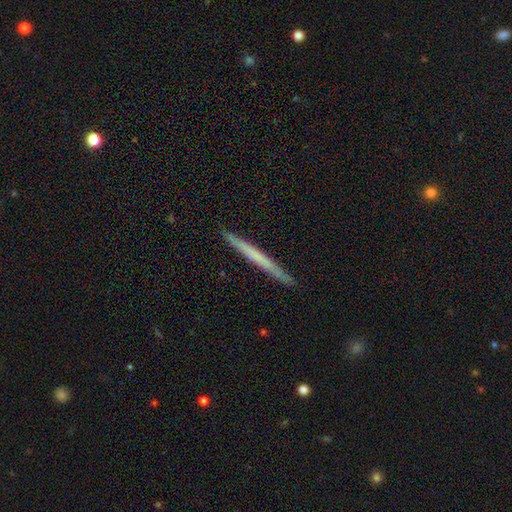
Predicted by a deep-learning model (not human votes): Overall: smooth (51%; featured or disk 44%). How rounded: cigar-shaped (97%). Merging: none (91%).